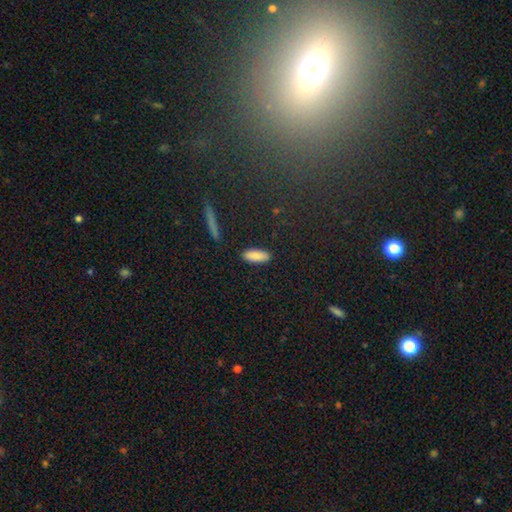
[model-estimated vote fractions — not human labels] Smooth or featured: smooth — 87% (star or artifact — 7%)
How rounded: in between — 68% (cigar-shaped — 30%)
Merging: none — 88% (minor disturbance — 9%)